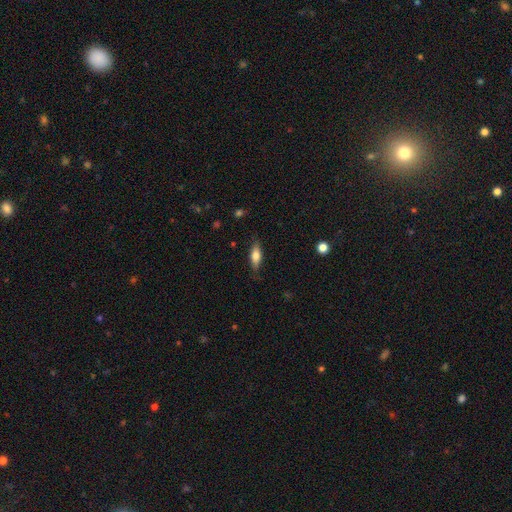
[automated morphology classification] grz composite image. It shows a smooth galaxy with no disk features (66%) that is in between round and cigar-shaped (61%). Merging: none (81%).